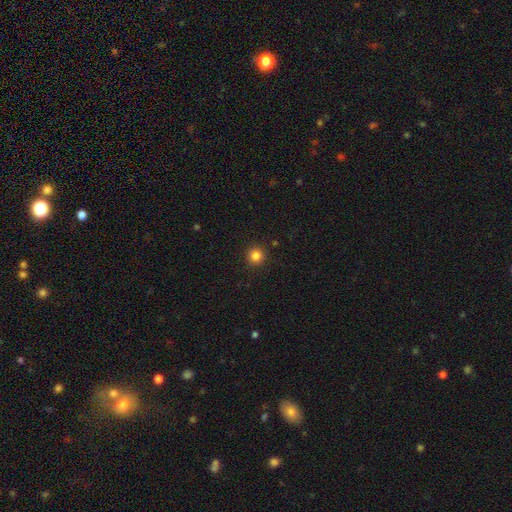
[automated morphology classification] This appears to be a smooth galaxy with no disk features (84%) that is round (95%). Merging: none (92%).